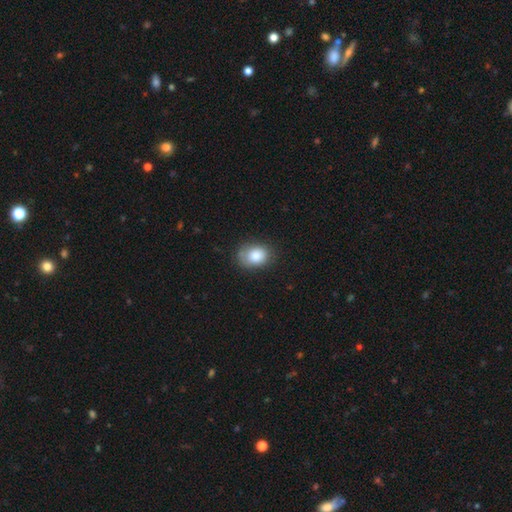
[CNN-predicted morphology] Smooth or featured: smooth — 82% (featured or disk — 10%)
How rounded: in between — 66% (round — 33%)
Merging: none — 71% (minor disturbance — 21%)